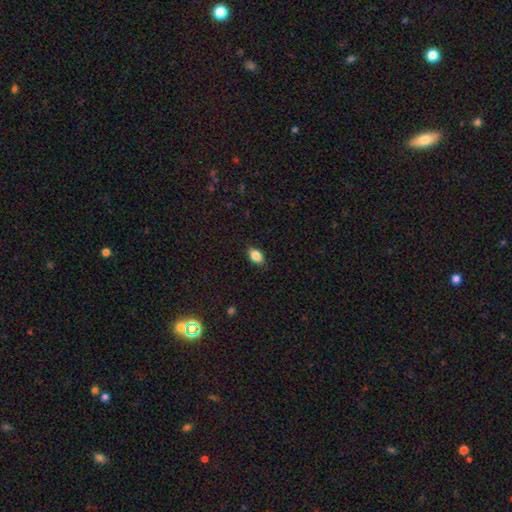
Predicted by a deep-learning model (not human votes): Smooth or featured? Predicted: smooth (p=0.86). How rounded? Predicted: in between (p=0.86). Merging? Predicted: none (p=0.85).